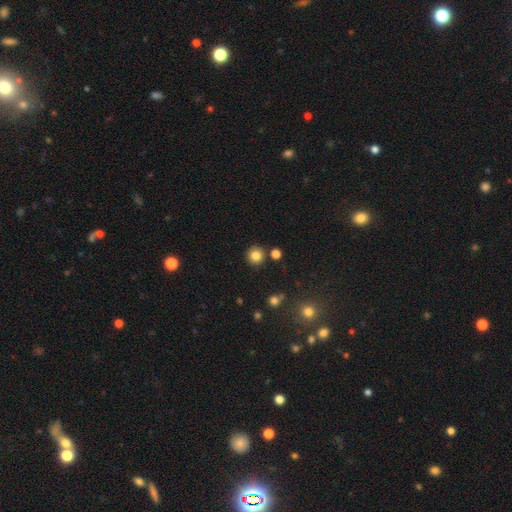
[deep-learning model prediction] The model was most divided on "smooth or featured": smooth: 82%, star or artifact: 12%, featured or disk: 6%. More confident: how rounded — round (94%); merging — none (88%).